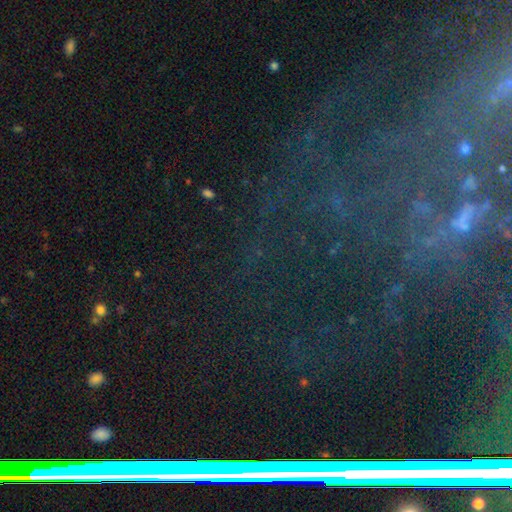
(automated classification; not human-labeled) Smooth or featured? Predicted: star or artifact (p=0.69).